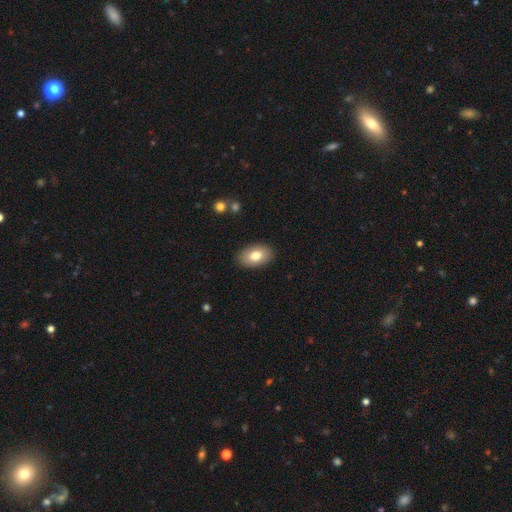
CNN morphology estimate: smooth 77%, featured or disk 16%, star or artifact 7%. Down the decision tree: how rounded — in between (91%); merging — none (88%).